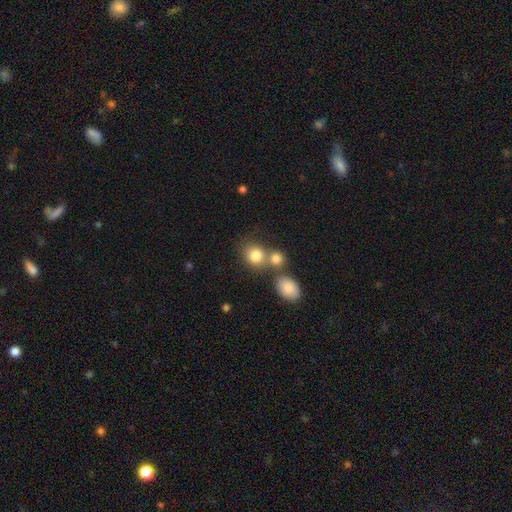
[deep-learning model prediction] Overall: smooth (81%). How rounded: round (71%). Merging: none (49%; merger 38%).